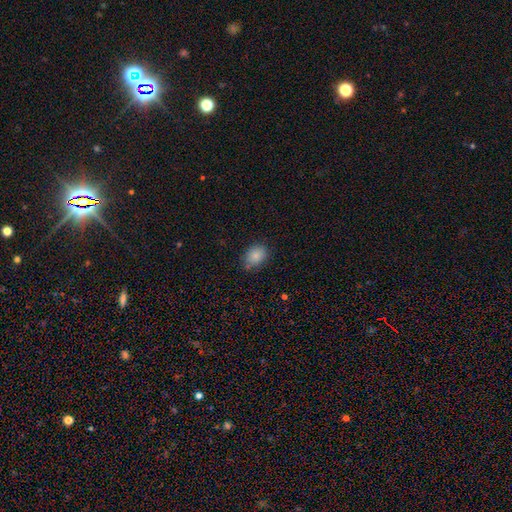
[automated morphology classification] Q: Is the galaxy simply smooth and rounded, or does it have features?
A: smooth — 86%.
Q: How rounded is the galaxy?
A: in between — 64%.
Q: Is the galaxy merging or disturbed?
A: none — 78%.